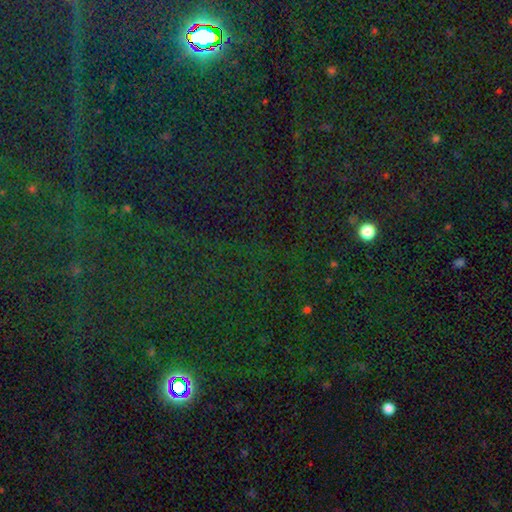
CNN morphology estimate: The model was most divided on "smooth or featured": star or artifact: 82%, smooth: 11%, featured or disk: 7%.